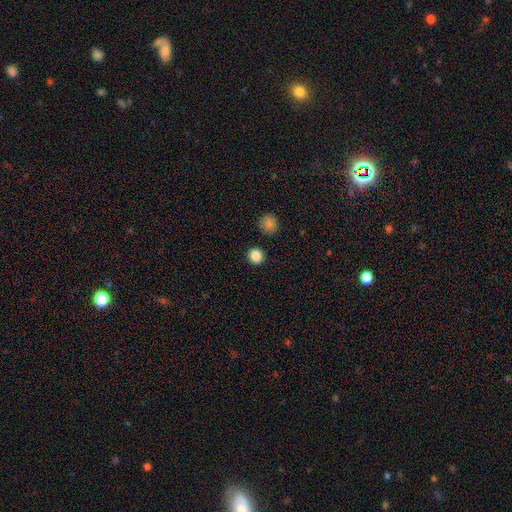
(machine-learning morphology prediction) Overall: smooth (86%). How rounded: round (85%). Merging: none (90%).